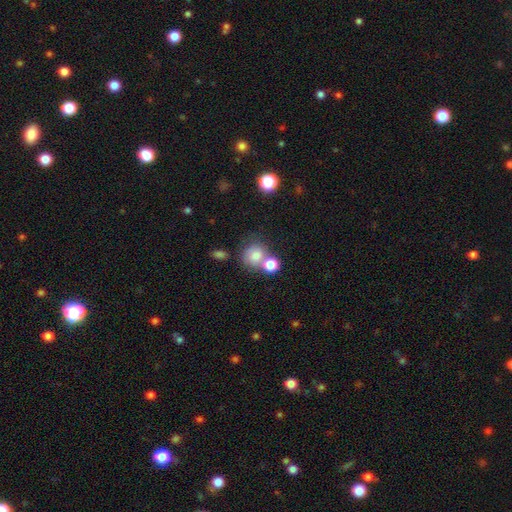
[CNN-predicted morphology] Overall: smooth (78%). How rounded: round (74%). Merging: none (42%; merger 40%).